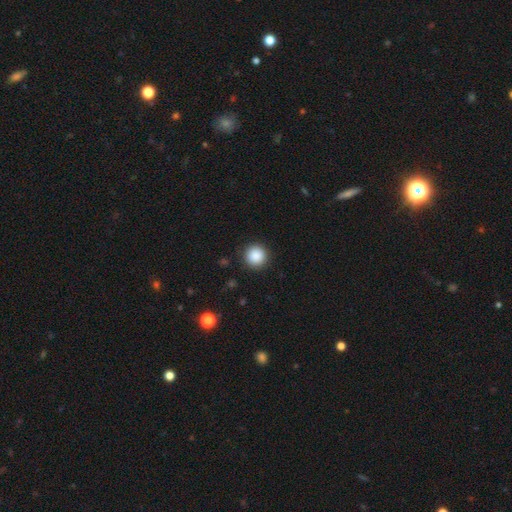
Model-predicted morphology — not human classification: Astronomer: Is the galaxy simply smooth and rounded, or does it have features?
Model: smooth — 88%.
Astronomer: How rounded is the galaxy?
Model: round — 95%.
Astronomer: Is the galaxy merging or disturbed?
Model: none — 91%.